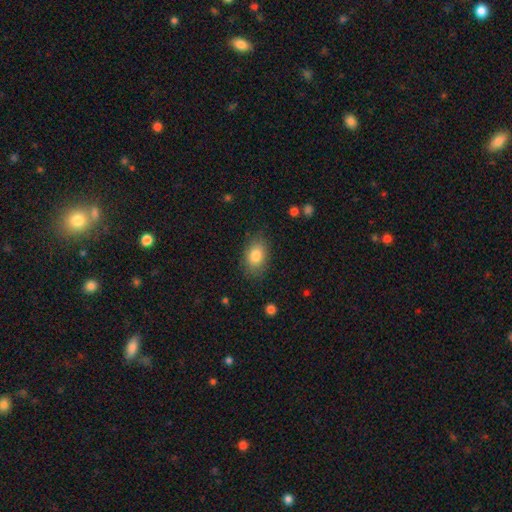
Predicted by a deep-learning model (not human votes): Smooth or featured? Predicted: smooth (p=0.82). How rounded? Predicted: in between (p=0.80). Merging? Predicted: none (p=0.81).